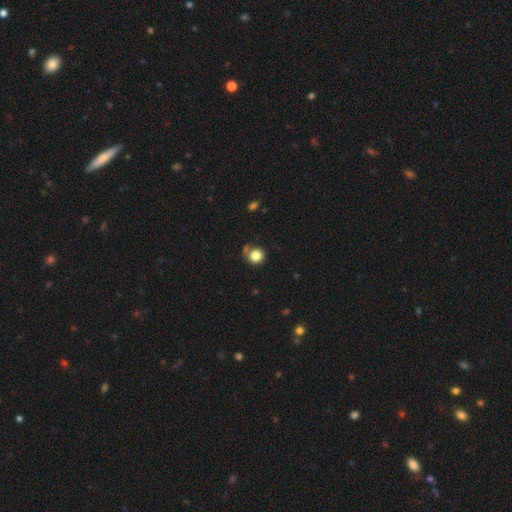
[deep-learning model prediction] Smooth or featured?
  - smooth: 82% *
  - star or artifact: 11%
  - featured or disk: 7%
How rounded?
  - round: 90% *
  - in between: 9%
  - cigar-shaped: 1%
Merging?
  - none: 72% *
  - minor disturbance: 14%
  - merger: 10%
  - major disturbance: 5%